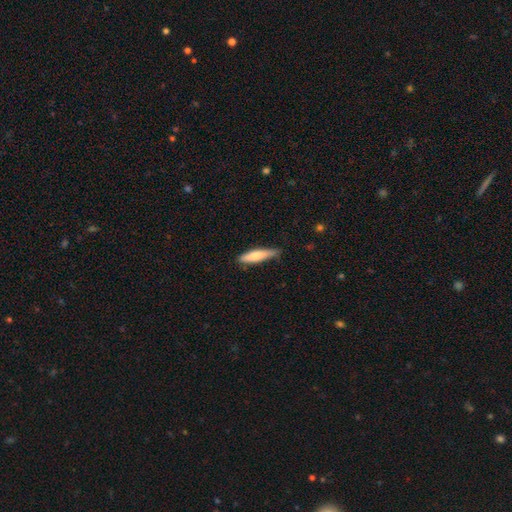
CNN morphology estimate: Q: Smooth or featured?
A: smooth (71%); runner-up: featured or disk (23%)
Q: How rounded?
A: cigar-shaped (83%); runner-up: in between (16%)
Q: Merging?
A: none (76%); runner-up: minor disturbance (20%)